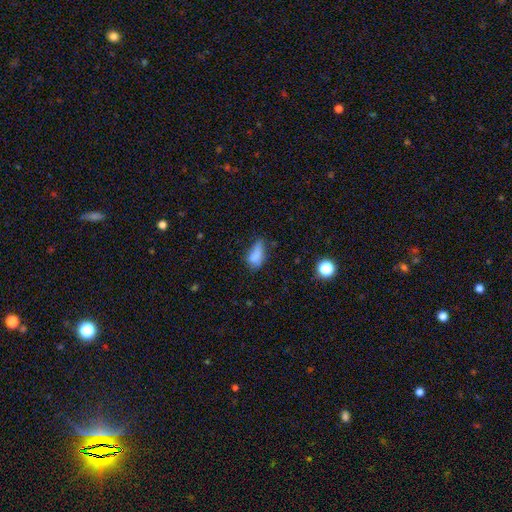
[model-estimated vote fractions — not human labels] Smooth or featured? smooth (74%)
How rounded? in between (82%)
Merging? minor disturbance (38%)